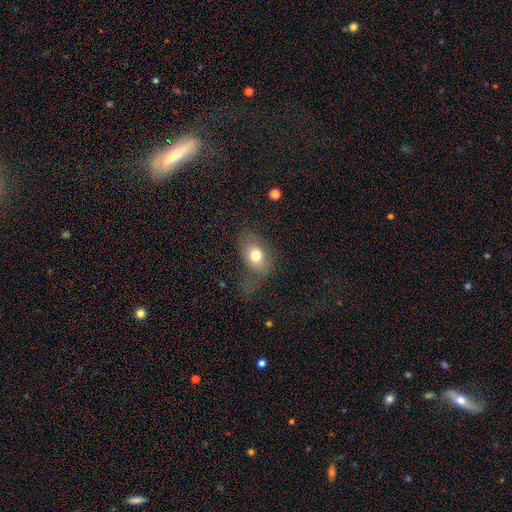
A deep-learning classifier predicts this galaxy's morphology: A smooth galaxy with no disk features (73%) that is in between round and cigar-shaped (76%).

Vote fractions:
- Smooth or featured? smooth: 73% / featured or disk: 18% / star or artifact: 10%
- How rounded? in between: 76% / round: 22% / cigar-shaped: 2%
- Merging? none: 41% / minor disturbance: 29% / major disturbance: 28% / merger: 3%